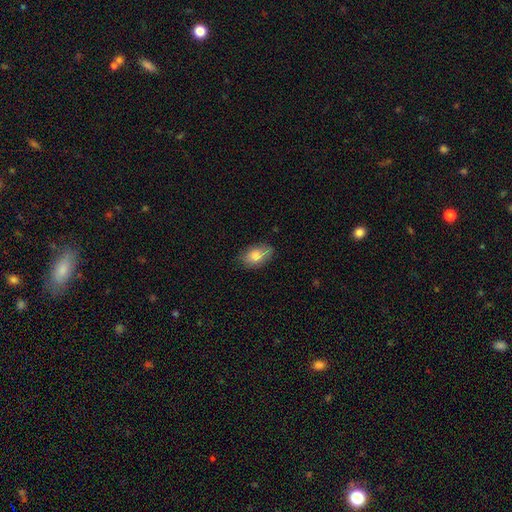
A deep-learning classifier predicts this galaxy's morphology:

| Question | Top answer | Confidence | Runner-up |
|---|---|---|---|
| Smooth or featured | smooth | 79% | featured or disk (14%) |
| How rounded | in between | 87% | round (11%) |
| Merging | none | 68% | minor disturbance (25%) |